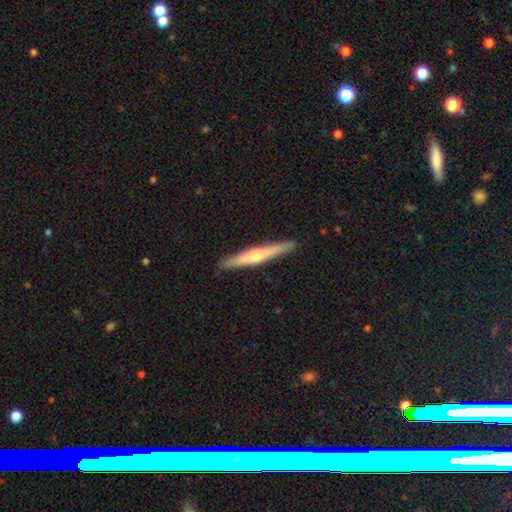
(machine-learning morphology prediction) featured or disk 59%, smooth 36%, star or artifact 5%. Down the decision tree: edge-on disk — yes (97%); edge-on bulge — rounded (81%); merging — none (91%).